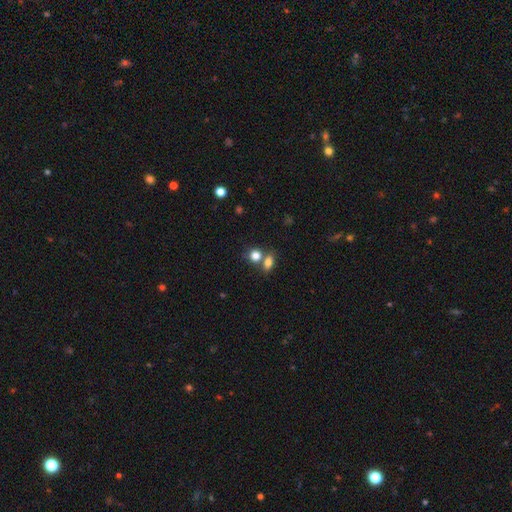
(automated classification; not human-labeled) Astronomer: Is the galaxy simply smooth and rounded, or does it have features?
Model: smooth — 80%.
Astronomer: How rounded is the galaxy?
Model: round — 60% (runner-up: in between, 38%).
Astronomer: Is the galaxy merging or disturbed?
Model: none — 47% (runner-up: merger, 40%).